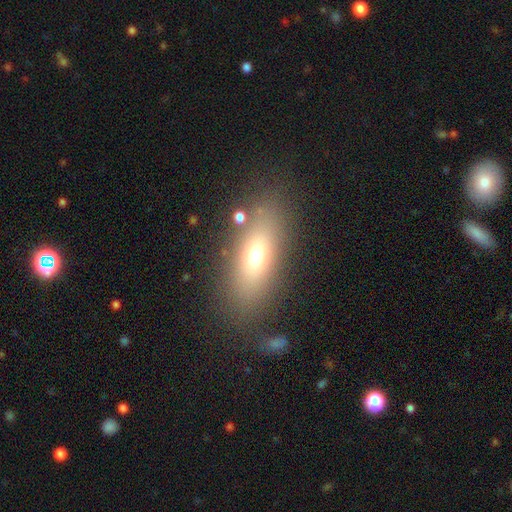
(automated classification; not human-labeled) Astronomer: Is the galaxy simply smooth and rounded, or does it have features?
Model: smooth — 65%.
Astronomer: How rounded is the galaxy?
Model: in between — 73%.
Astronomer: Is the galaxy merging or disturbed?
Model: none — 79%.